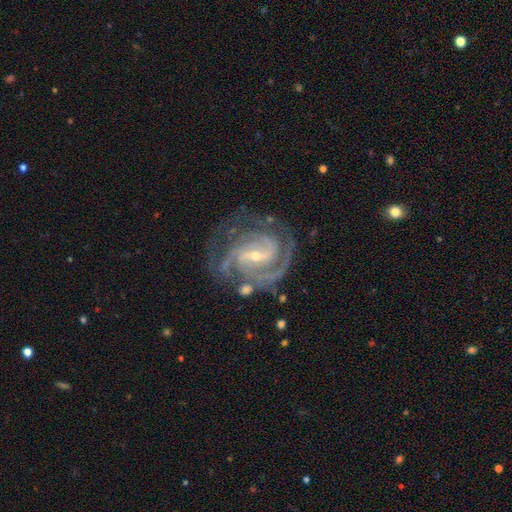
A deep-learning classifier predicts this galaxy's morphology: The model was most divided on "spiral arm count": 3: 35%, 2: 31%, 4: 13%, can't tell: 11%, more than 4: 5%, 1: 5%. Remaining: spiral arms — yes (98%); edge-on disk — no (98%); smooth or featured — featured or disk (92%); bulge size — small (72%); merging — none (69%); spiral winding — tight (61%); bar — weak (46%).